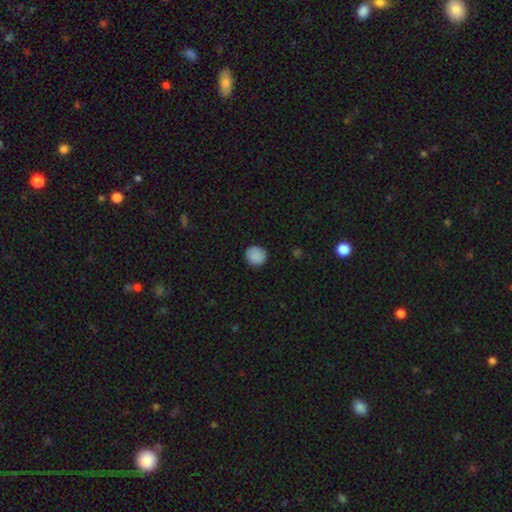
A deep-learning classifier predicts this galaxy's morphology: Smooth or featured? Predicted: smooth (p=0.88). How rounded? Predicted: round (p=0.89). Merging? Predicted: none (p=0.88).